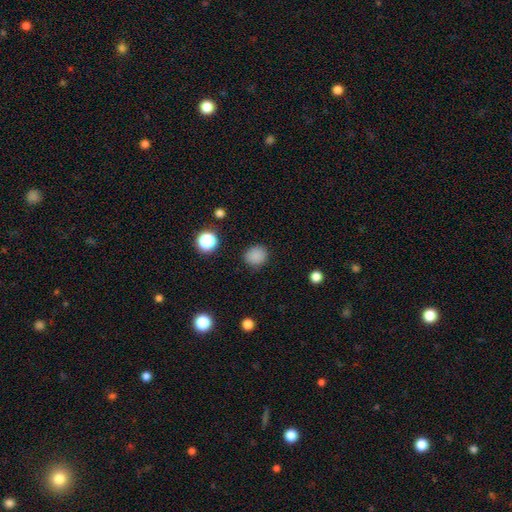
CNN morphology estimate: This is clearly a smooth galaxy (84%). How rounded: clearly round (84%). Merging: clearly none (87%).